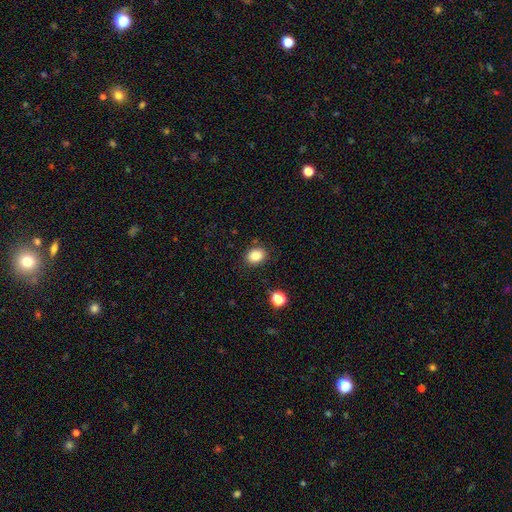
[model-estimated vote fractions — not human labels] This appears to be a smooth galaxy with no disk features (84%) that is in between round and cigar-shaped (57%). Merging: none (86%).